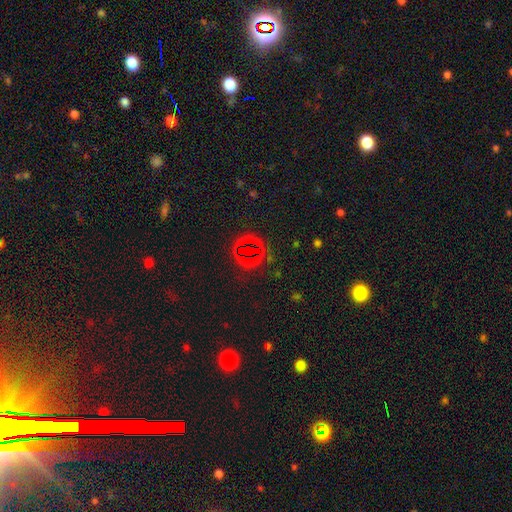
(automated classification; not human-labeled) Smooth or featured? star or artifact (70%)